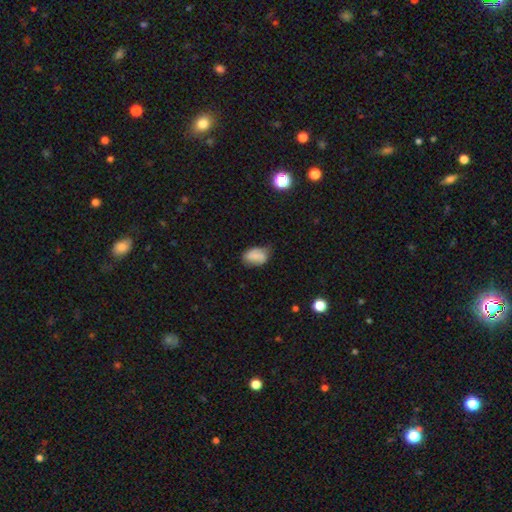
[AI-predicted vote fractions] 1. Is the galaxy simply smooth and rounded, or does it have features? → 75% smooth, 16% featured or disk, 10% star or artifact.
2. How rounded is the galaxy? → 87% in between, 12% round, 2% cigar-shaped.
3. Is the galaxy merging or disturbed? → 57% none, 33% minor disturbance, 8% major disturbance, 2% merger.